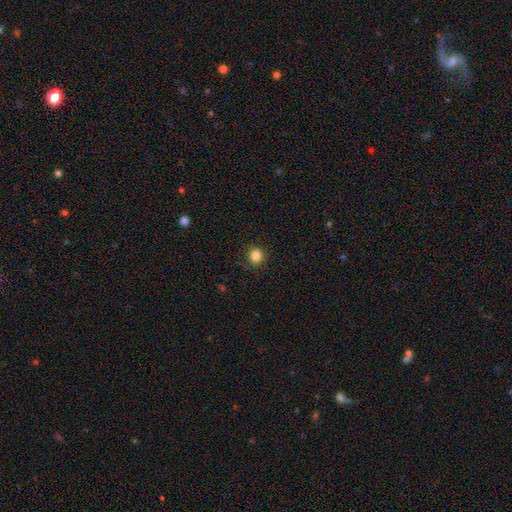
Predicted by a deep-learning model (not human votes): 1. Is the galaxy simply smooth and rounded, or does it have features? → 85% smooth, 11% star or artifact, 4% featured or disk.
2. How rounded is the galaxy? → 90% round, 9% in between, 1% cigar-shaped.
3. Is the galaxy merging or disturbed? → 90% none, 7% minor disturbance, 2% major disturbance, 1% merger.